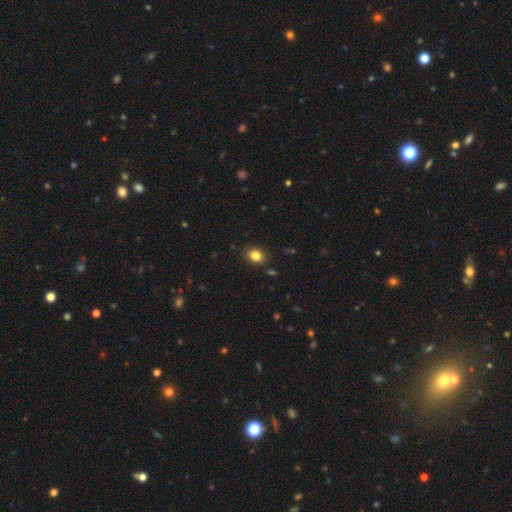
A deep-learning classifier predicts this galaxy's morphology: smooth 83%, star or artifact 11%, featured or disk 6%. Down the decision tree: how rounded — round (60%); merging — none (88%).